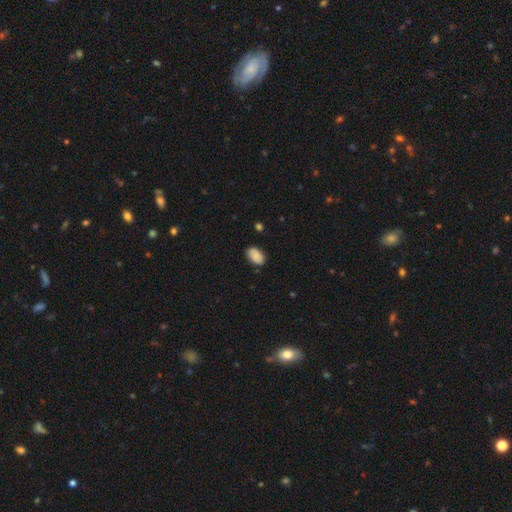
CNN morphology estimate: smooth 77%, featured or disk 15%, star or artifact 8%. Down the decision tree: how rounded — in between (90%); merging — none (79%).